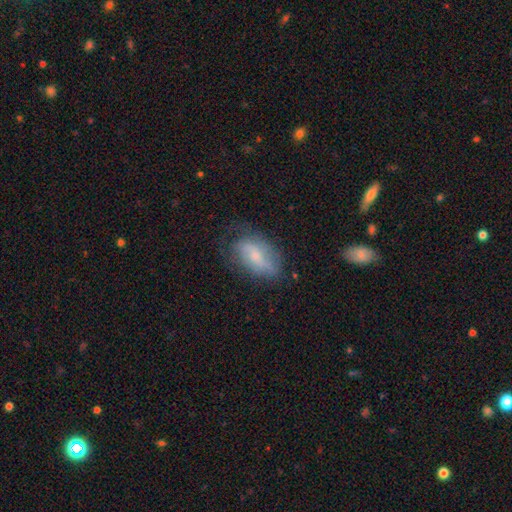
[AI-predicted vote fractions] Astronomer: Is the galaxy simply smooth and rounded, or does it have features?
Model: smooth — 46%, tied with featured or disk at 46%.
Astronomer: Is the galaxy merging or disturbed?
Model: none — 57%.